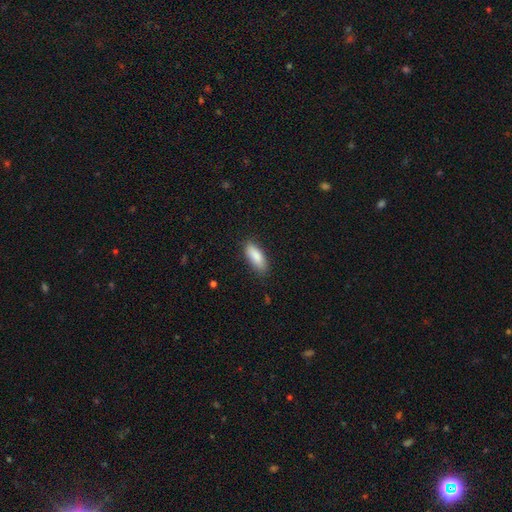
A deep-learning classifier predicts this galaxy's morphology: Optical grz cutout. It shows a smooth galaxy with no disk features (87%) that is in between round and cigar-shaped (75%). Merging: none (83%).